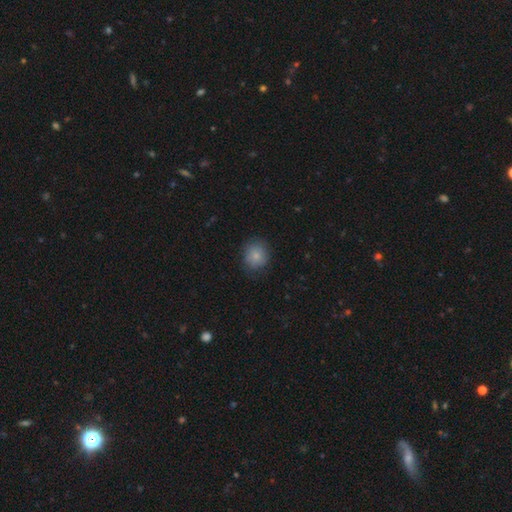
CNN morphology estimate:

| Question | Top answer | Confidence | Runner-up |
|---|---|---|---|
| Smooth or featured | smooth | 83% | star or artifact (9%) |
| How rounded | round | 82% | in between (17%) |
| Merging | none | 80% | minor disturbance (15%) |